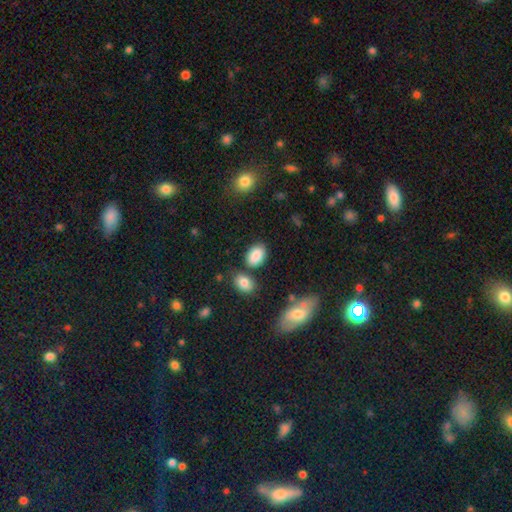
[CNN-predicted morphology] smooth-or-featured: smooth: 87% | star or artifact: 8% | featured or disk: 5%
  how-rounded: in between: 83% | round: 15% | cigar-shaped: 1%
  merging: none: 73% | minor disturbance: 15% | merger: 9% | major disturbance: 4%